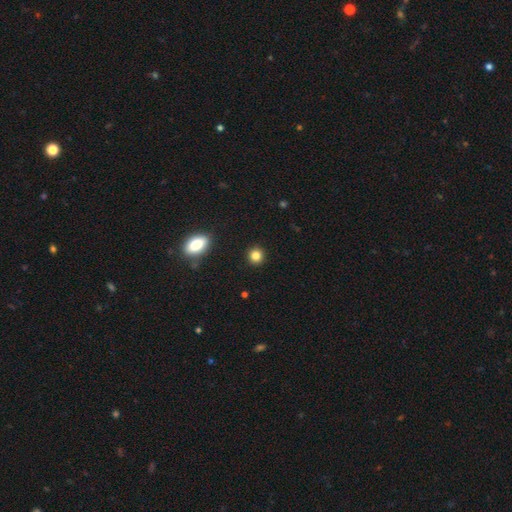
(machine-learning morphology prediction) type=smooth (84%); roundness=round (90%); merging=none (92%).